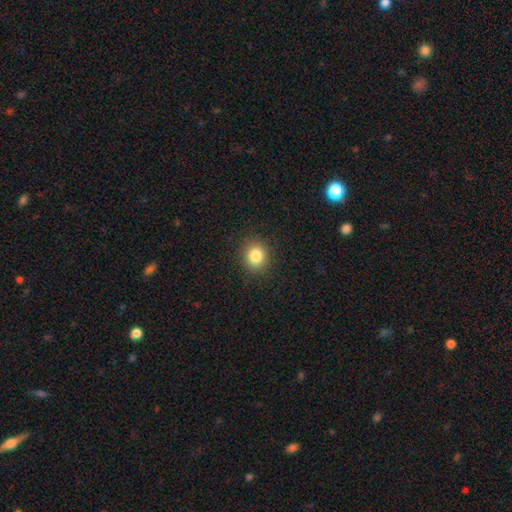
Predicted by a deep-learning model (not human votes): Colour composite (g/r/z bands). It shows a smooth galaxy with no disk features (84%) that is round (78%). Merging: none (90%).